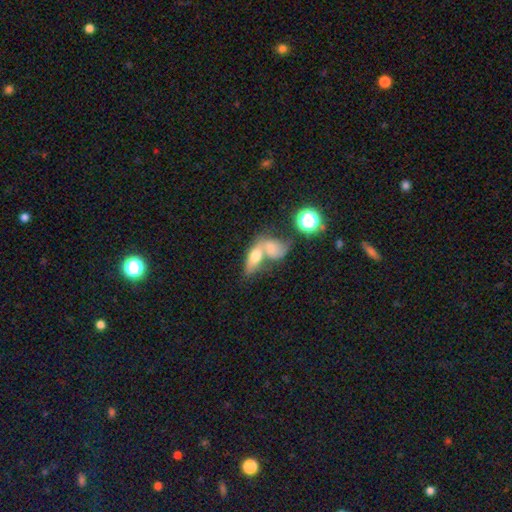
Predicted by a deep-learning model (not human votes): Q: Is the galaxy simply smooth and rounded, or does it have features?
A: smooth — 59%.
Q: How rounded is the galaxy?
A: in between — 73%.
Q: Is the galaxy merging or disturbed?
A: merger — 65%.